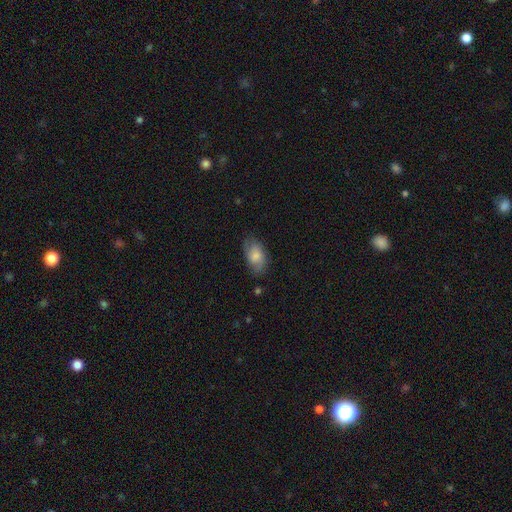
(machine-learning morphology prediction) Smooth or featured? smooth (68%)
How rounded? in between (92%)
Merging? none (70%)